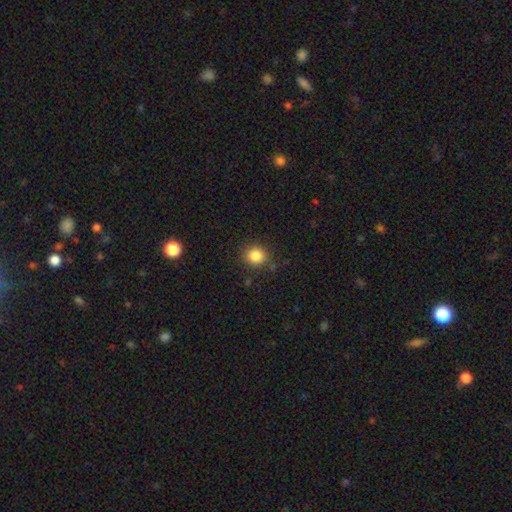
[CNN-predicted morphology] A smooth galaxy with no disk features (85%) that is round (80%). Merging: none (85%).